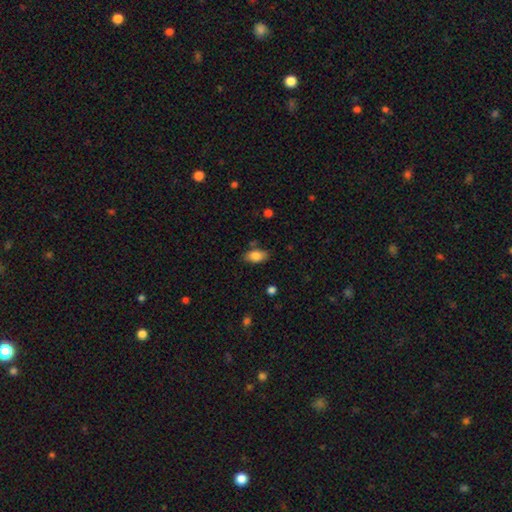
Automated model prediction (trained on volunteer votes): Smooth or featured: smooth — 84% (featured or disk — 9%)
How rounded: in between — 91% (round — 5%)
Merging: none — 78% (minor disturbance — 15%)